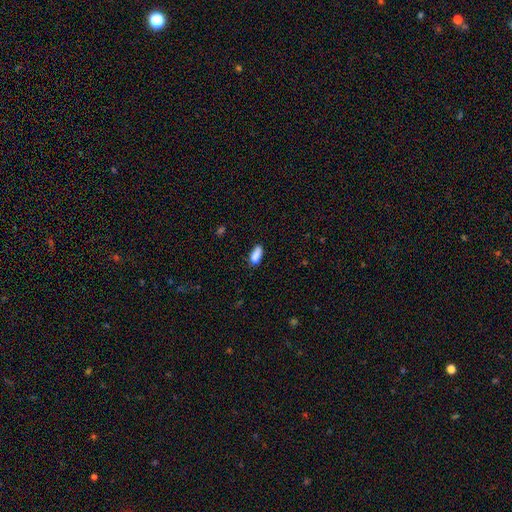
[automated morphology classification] smooth_or_featured: smooth (p=0.86) [alt: star or artifact p=0.08]
how_rounded: in between (p=0.75) [alt: cigar-shaped p=0.22]
merging: none (p=0.70) [alt: minor disturbance p=0.22]